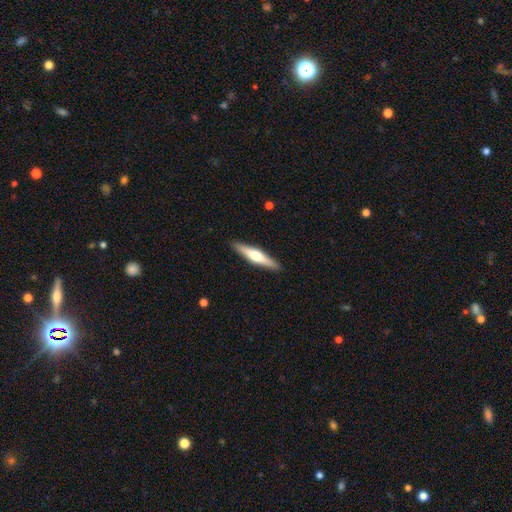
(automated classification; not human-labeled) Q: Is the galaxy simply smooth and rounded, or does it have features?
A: featured or disk — 55%.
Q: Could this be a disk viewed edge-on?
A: yes — 96%.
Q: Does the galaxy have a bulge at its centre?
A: rounded — 88%.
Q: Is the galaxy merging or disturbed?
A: none — 91%.